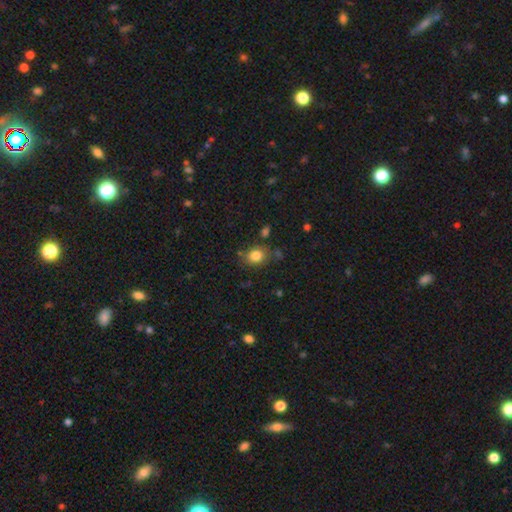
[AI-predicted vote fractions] Overall: smooth (82%). How rounded: round (53%; in between 46%). Merging: none (77%).